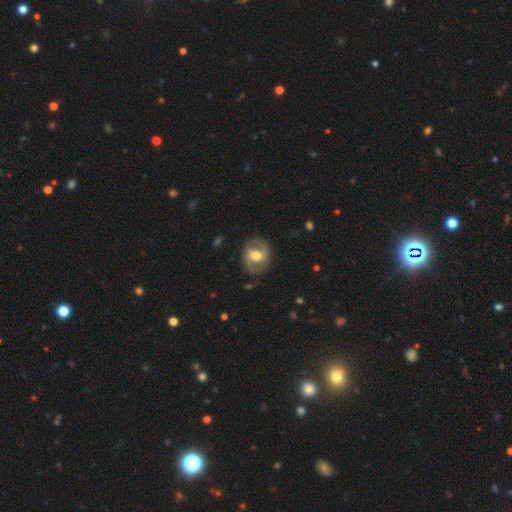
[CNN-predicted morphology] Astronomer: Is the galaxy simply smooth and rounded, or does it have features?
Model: featured or disk — 69%.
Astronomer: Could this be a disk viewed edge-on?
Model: no — 96%.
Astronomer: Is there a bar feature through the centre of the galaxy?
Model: weak — 42% (runner-up: no, 34%).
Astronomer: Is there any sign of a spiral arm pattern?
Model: yes — 78%.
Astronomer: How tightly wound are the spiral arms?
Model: medium — 50% (runner-up: tight, 26%).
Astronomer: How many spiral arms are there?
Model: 2 — 87%.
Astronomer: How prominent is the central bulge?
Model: moderate — 71%.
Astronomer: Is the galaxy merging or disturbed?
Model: none — 80%.